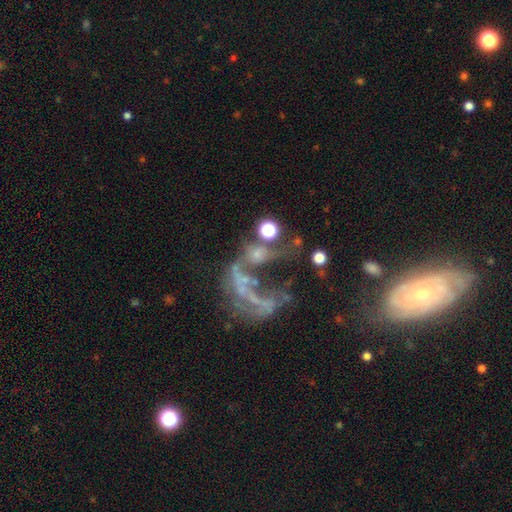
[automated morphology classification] Smooth or featured: featured or disk — 58% (star or artifact — 25%)
Edge-on disk: no — 95% (yes — 5%)
Bar: no — 73% (weak — 16%)
Spiral arms: no — 68% (yes — 32%)
Bulge size: none — 67% (small — 21%)
Merging: major disturbance — 42% (merger — 27%)